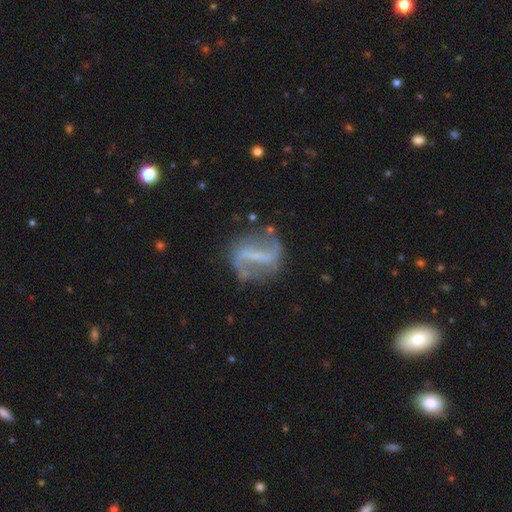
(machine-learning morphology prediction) smooth_or_featured: featured or disk (p=0.80) [alt: smooth p=0.13]
disk_edge_on: no (p=0.93) [alt: yes p=0.07]
bar: strong (p=0.69) [alt: weak p=0.22]
has_spiral_arms: yes (p=0.78) [alt: no p=0.22]
spiral_winding: loose (p=0.61) [alt: medium p=0.28]
spiral_arm_count: 2 (p=0.86) [alt: can't tell p=0.07]
bulge_size: none (p=0.50) [alt: small p=0.36]
merging: none (p=0.73) [alt: minor disturbance p=0.15]